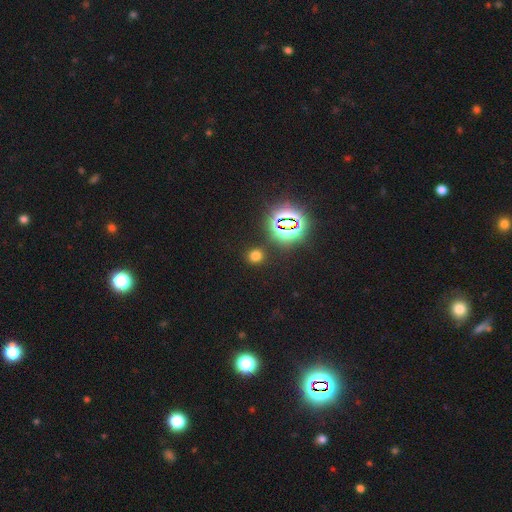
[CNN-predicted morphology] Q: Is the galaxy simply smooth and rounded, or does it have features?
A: smooth — 64%.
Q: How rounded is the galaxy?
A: round — 83%.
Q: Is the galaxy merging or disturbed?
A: none — 86%.